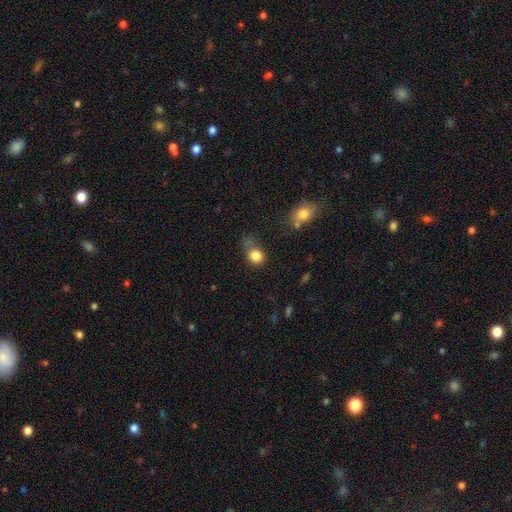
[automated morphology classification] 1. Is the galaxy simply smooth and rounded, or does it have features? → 82% smooth, 11% star or artifact, 7% featured or disk.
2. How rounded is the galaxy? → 63% round, 36% in between, 1% cigar-shaped.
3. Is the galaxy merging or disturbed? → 45% none, 30% minor disturbance, 17% major disturbance, 9% merger.